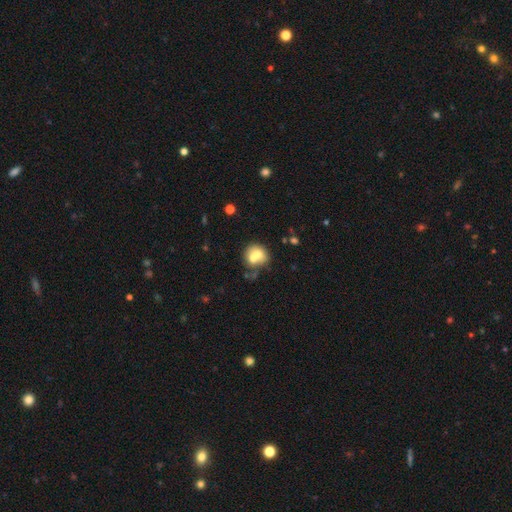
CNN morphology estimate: smooth_or_featured: smooth (p=0.65) [alt: featured or disk p=0.26]
how_rounded: round (p=0.72) [alt: in between p=0.27]
merging: merger (p=0.54) [alt: none p=0.31]